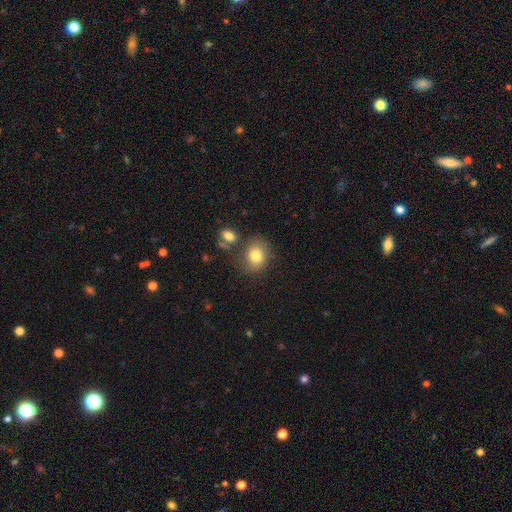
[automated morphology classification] Smooth or featured? smooth (79%)
How rounded? in between (52%)
Merging? none (69%)